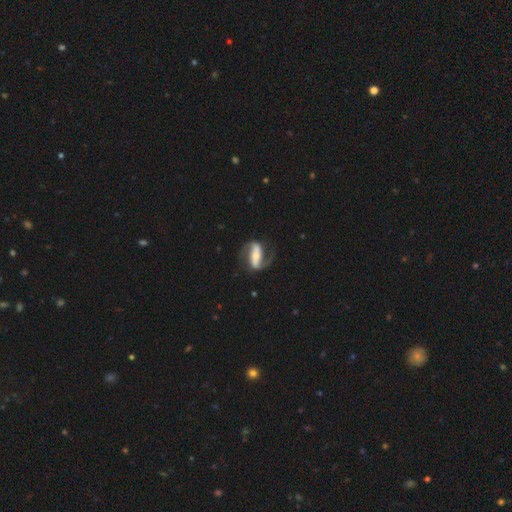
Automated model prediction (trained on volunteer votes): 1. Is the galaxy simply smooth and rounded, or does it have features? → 85% featured or disk, 10% smooth, 5% star or artifact.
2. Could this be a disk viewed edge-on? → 94% no, 6% yes.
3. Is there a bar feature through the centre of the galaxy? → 66% strong, 19% weak, 15% no.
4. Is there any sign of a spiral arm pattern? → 94% yes, 6% no.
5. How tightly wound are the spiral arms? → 43% loose, 41% medium, 16% tight.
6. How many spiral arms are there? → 91% 2, 4% 1, 3% can't tell, 1% 3, 1% 4, 1% more than 4.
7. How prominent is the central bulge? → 46% small, 41% moderate, 7% large, 4% none, 2% dominant.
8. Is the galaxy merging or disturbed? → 75% none, 14% minor disturbance, 10% major disturbance, 2% merger.